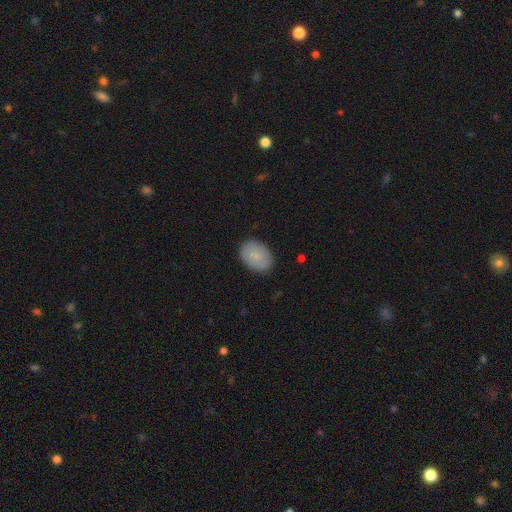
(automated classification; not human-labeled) The model was most divided on "how rounded": in between: 76%, round: 23%, cigar-shaped: 1%. More confident: merging — none (85%); smooth or featured — smooth (80%).